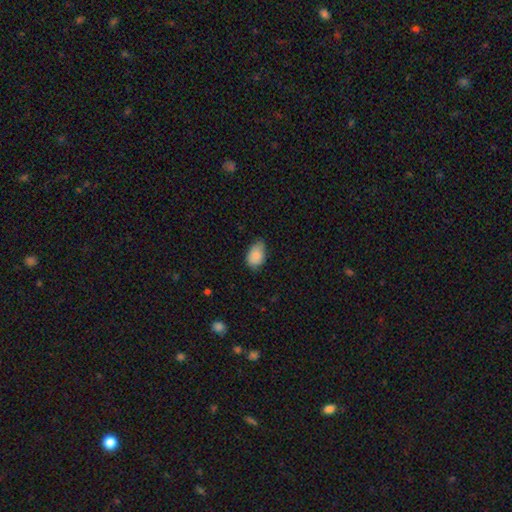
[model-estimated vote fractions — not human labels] Smooth or featured?
  - smooth: 87% *
  - star or artifact: 7%
  - featured or disk: 6%
How rounded?
  - in between: 88% *
  - round: 11%
  - cigar-shaped: 1%
Merging?
  - none: 61% *
  - minor disturbance: 33%
  - major disturbance: 5%
  - merger: 1%